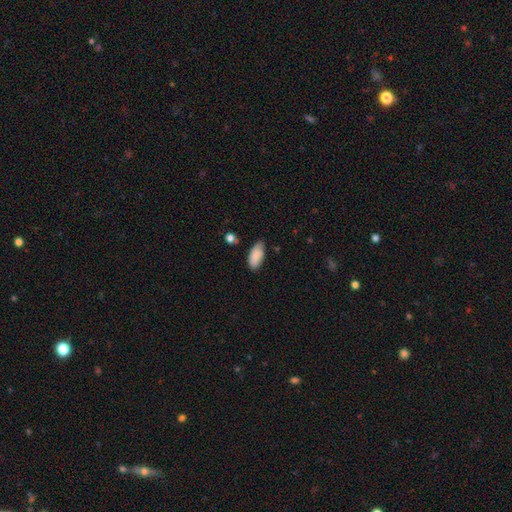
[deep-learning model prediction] Q: Smooth or featured?
A: smooth (85%); runner-up: featured or disk (8%)
Q: How rounded?
A: in between (90%); runner-up: cigar-shaped (7%)
Q: Merging?
A: none (67%); runner-up: minor disturbance (26%)